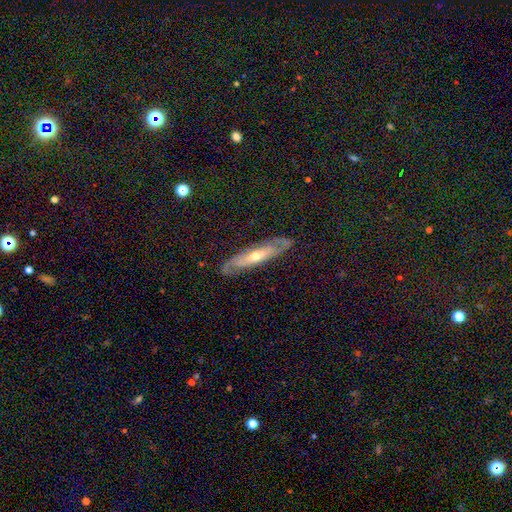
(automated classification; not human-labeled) Smooth or featured? featured or disk (70%)
Edge-on disk? no (51%)
Merging? none (82%)